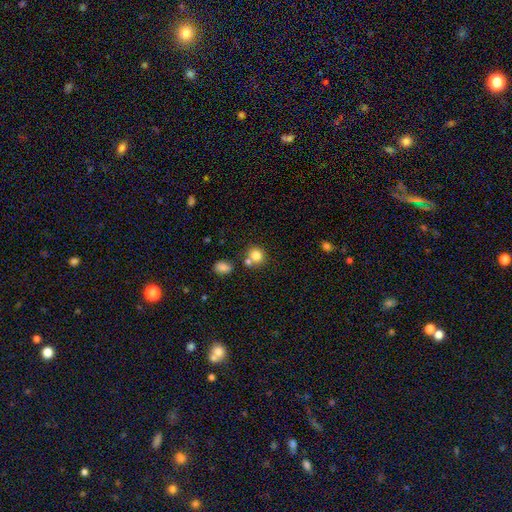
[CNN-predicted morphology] Smooth or featured?
  - smooth: 81% *
  - star or artifact: 11%
  - featured or disk: 8%
How rounded?
  - round: 84% *
  - in between: 15%
  - cigar-shaped: 1%
Merging?
  - none: 61% *
  - merger: 26%
  - minor disturbance: 9%
  - major disturbance: 3%